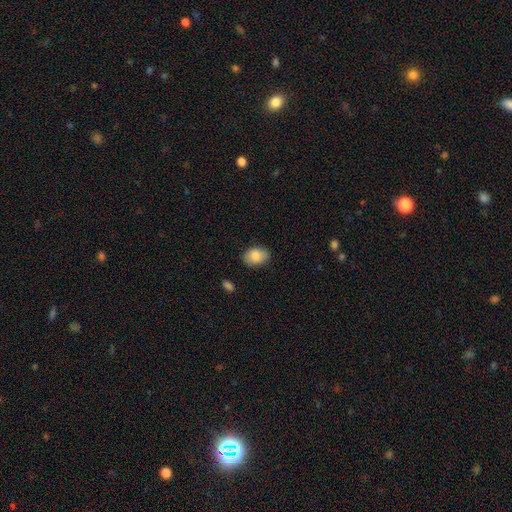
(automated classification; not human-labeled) Smooth or featured: smooth — 85% (featured or disk — 8%)
How rounded: in between — 82% (round — 17%)
Merging: none — 81% (minor disturbance — 15%)